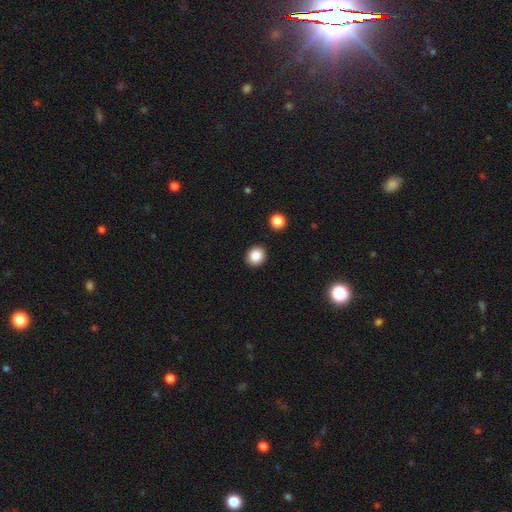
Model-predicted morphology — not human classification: Smooth or featured: smooth — 85% (star or artifact — 10%)
How rounded: round — 69% (in between — 30%)
Merging: none — 90% (minor disturbance — 6%)